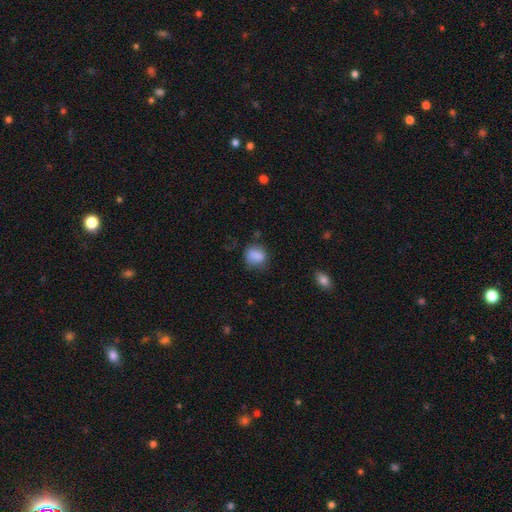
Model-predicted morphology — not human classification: The model was most divided on "how rounded": round: 62%, in between: 36%, cigar-shaped: 1%. More confident: smooth or featured — smooth (84%); merging — none (65%).